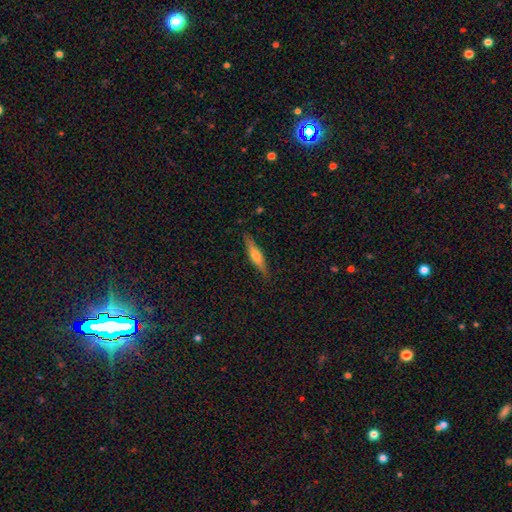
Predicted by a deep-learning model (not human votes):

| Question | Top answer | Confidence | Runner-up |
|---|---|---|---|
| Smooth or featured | smooth | 52% | featured or disk (42%) |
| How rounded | cigar-shaped | 77% | in between (21%) |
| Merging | none | 85% | minor disturbance (11%) |